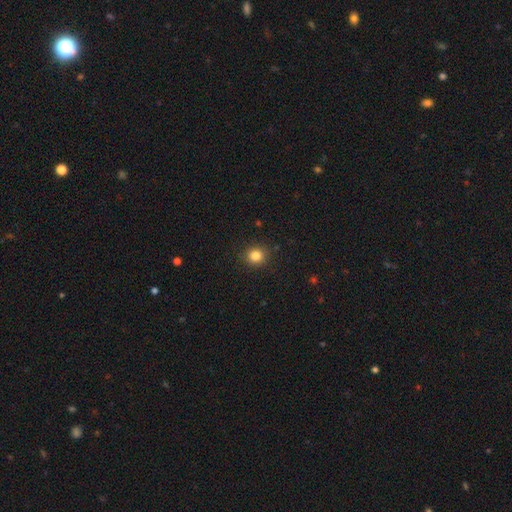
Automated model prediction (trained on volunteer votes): A smooth galaxy with no disk features (84%) that is round (85%). Merging: none (89%).